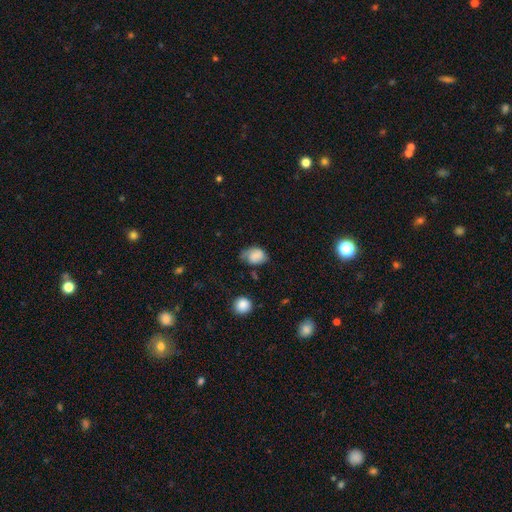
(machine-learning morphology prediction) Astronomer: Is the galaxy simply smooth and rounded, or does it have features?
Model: smooth — 62%.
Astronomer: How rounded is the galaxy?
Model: in between — 72%.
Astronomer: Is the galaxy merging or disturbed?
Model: none — 45% (runner-up: minor disturbance, 36%).